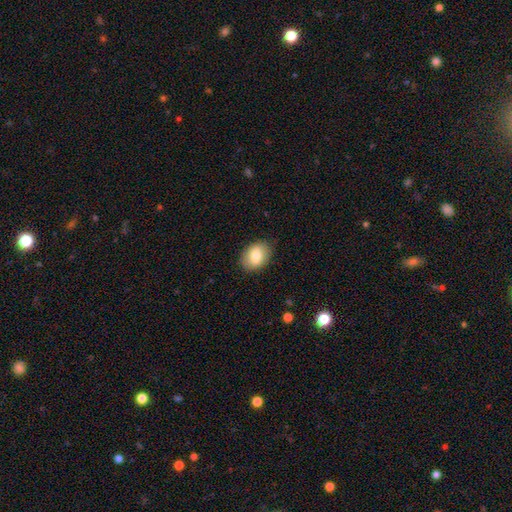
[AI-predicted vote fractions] Q: Smooth or featured?
A: smooth (81%); runner-up: featured or disk (12%)
Q: How rounded?
A: in between (77%); runner-up: round (22%)
Q: Merging?
A: none (87%); runner-up: minor disturbance (10%)